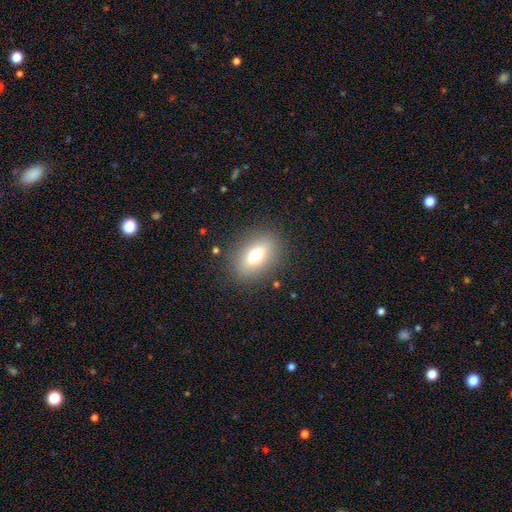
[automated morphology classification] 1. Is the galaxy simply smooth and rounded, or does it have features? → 71% smooth, 19% featured or disk, 10% star or artifact.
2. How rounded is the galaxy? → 79% in between, 15% round, 5% cigar-shaped.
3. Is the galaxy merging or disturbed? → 85% none, 10% minor disturbance, 4% major disturbance, 1% merger.